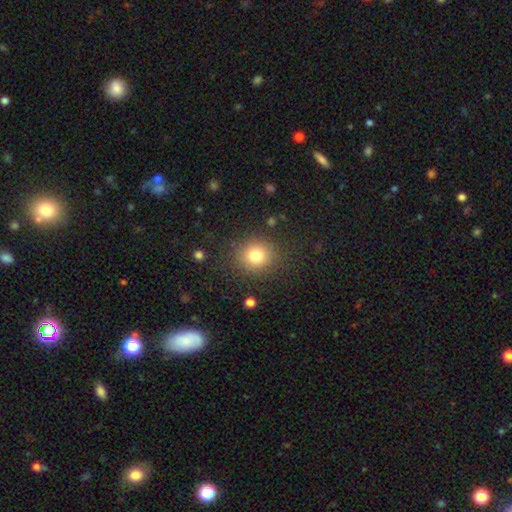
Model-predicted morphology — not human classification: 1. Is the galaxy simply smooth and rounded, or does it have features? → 79% smooth, 13% star or artifact, 8% featured or disk.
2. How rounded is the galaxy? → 85% round, 14% in between, 1% cigar-shaped.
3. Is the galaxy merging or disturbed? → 86% none, 8% minor disturbance, 4% major disturbance, 2% merger.